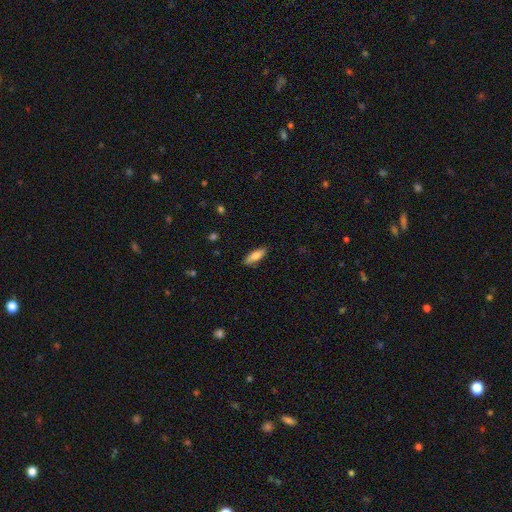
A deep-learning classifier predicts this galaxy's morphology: A smooth galaxy with no disk features (77%) that is in between round and cigar-shaped (56%).

Vote fractions:
- Smooth or featured? smooth: 77% / featured or disk: 17% / star or artifact: 6%
- How rounded? in between: 56% / cigar-shaped: 42% / round: 2%
- Merging? none: 85% / minor disturbance: 12% / major disturbance: 2% / merger: 1%